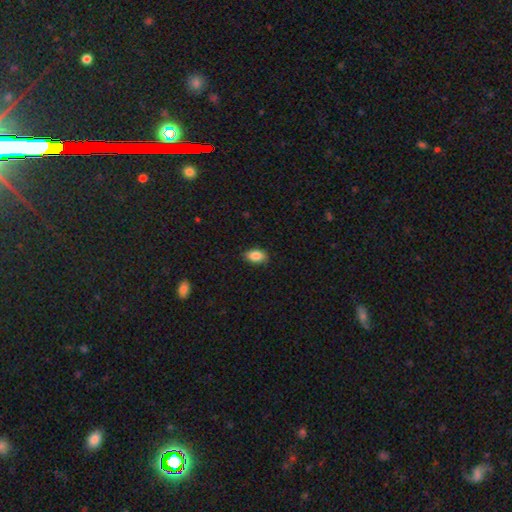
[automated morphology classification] A smooth galaxy with no disk features (88%) that is in between round and cigar-shaped (89%).

Vote fractions:
- Smooth or featured? smooth: 88% / star or artifact: 8% / featured or disk: 5%
- How rounded? in between: 89% / round: 9% / cigar-shaped: 2%
- Merging? none: 86% / minor disturbance: 11% / major disturbance: 2% / merger: 1%